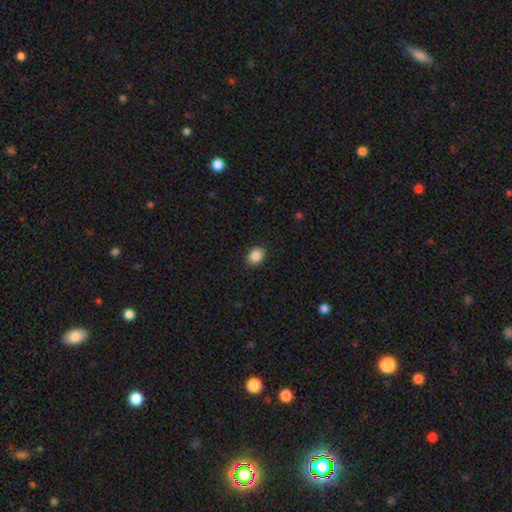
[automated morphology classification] smooth_or_featured: smooth (p=0.88) [alt: star or artifact p=0.09]
how_rounded: in between (p=0.55) [alt: round p=0.44]
merging: none (p=0.89) [alt: minor disturbance p=0.08]